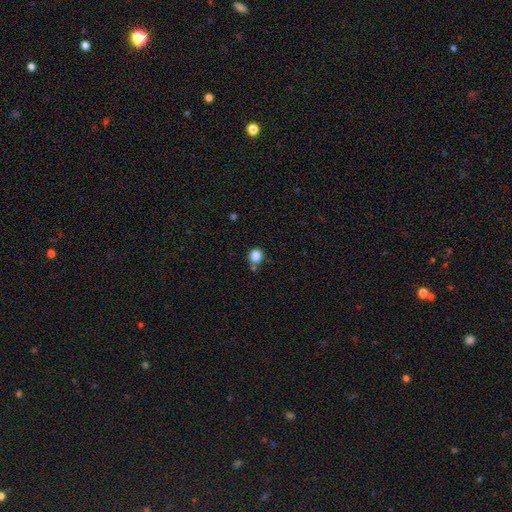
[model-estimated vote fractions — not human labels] smooth_or_featured: smooth (p=0.84) [alt: star or artifact p=0.11]
how_rounded: round (p=0.87) [alt: in between p=0.12]
merging: none (p=0.70) [alt: minor disturbance p=0.14]